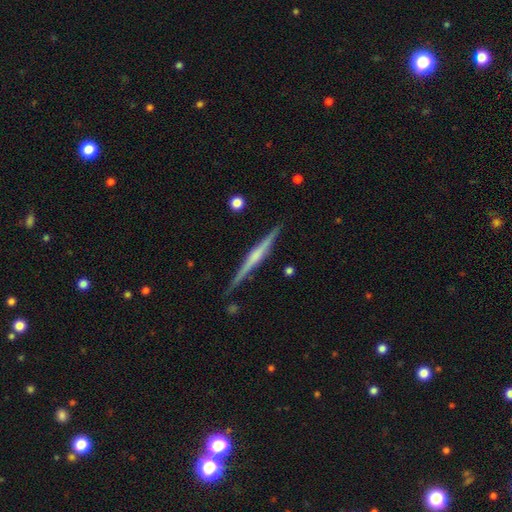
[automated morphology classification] This appears to be a featured or disk galaxy (75%) viewed edge-on (98%) with a rounded central bulge (52%). Merging: none (89%).